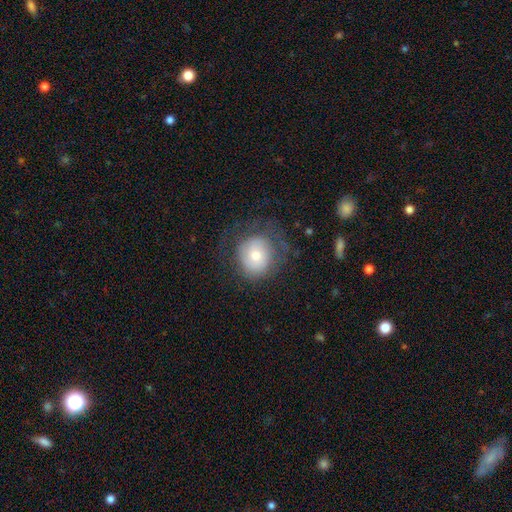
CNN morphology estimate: Overall: smooth (60%; featured or disk 32%). How rounded: round (81%). Merging: none (59%; minor disturbance 20%).